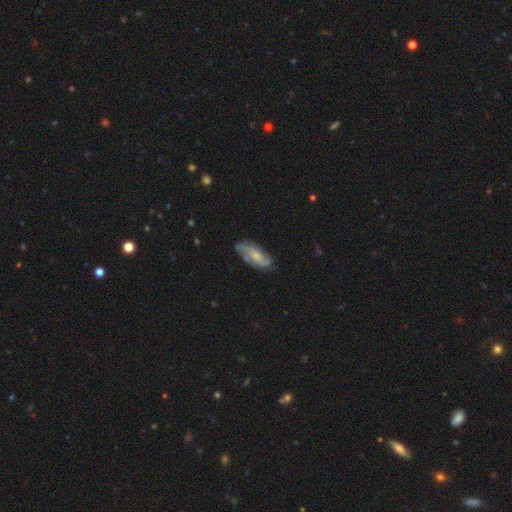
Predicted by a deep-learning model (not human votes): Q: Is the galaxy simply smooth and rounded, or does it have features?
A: featured or disk — 69%.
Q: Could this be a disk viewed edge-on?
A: no — 92%.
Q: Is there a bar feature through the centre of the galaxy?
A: no — 58%.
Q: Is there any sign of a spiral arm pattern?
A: yes — 91%.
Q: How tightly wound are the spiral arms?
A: medium — 44%.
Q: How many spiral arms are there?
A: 2 — 66%.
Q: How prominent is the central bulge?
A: small — 55%.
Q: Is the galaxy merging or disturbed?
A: none — 73%.